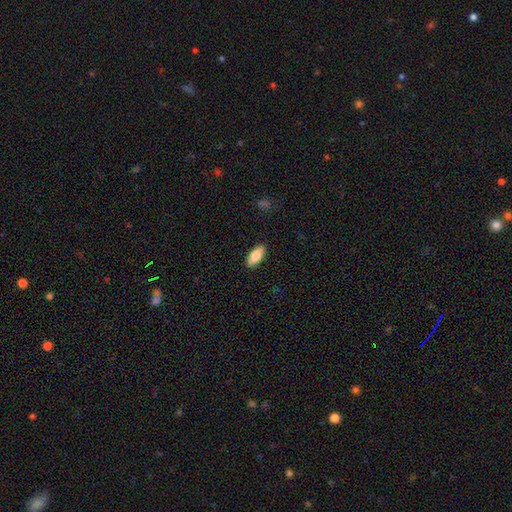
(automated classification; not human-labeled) Smooth or featured? Predicted: smooth (p=0.81). How rounded? Predicted: in between (p=0.84). Merging? Predicted: none (p=0.90).